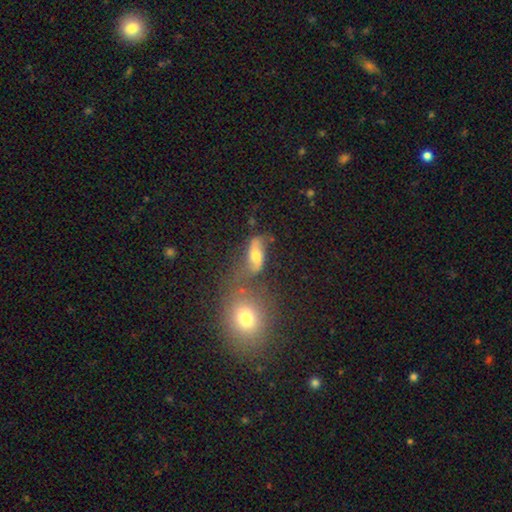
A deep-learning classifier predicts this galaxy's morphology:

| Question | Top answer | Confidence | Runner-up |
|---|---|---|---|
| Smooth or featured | smooth | 45% | featured or disk (39%) |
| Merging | none | 45% | merger (24%) |